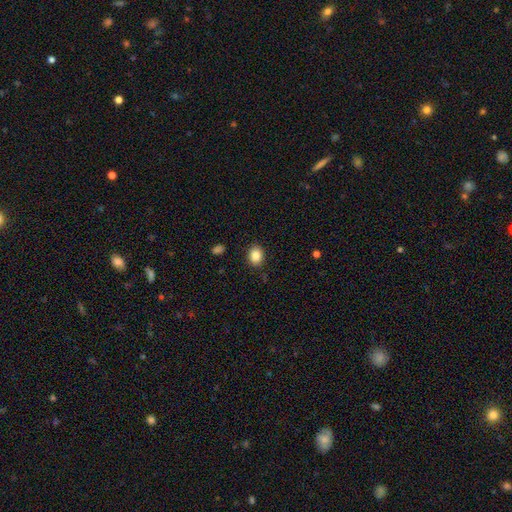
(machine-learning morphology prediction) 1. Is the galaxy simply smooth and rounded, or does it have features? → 86% smooth, 9% star or artifact, 5% featured or disk.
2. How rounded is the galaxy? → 54% in between, 46% round, 1% cigar-shaped.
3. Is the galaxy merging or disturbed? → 88% none, 9% minor disturbance, 2% major disturbance, 1% merger.